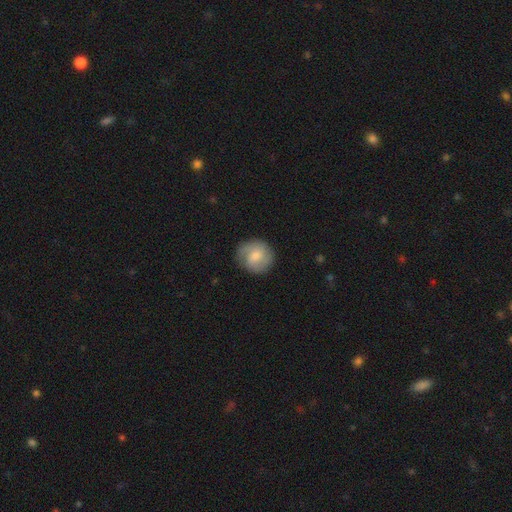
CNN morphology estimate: Overall: smooth (55%; featured or disk 38%). How rounded: round (87%). Merging: none (78%).